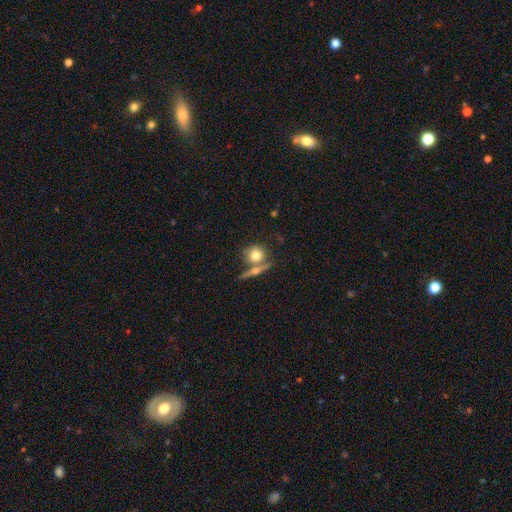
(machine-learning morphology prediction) Smooth or featured?
  - smooth: 68% *
  - featured or disk: 23%
  - star or artifact: 9%
How rounded?
  - round: 76% *
  - in between: 19%
  - cigar-shaped: 4%
Merging?
  - none: 51% *
  - merger: 32%
  - minor disturbance: 11%
  - major disturbance: 5%